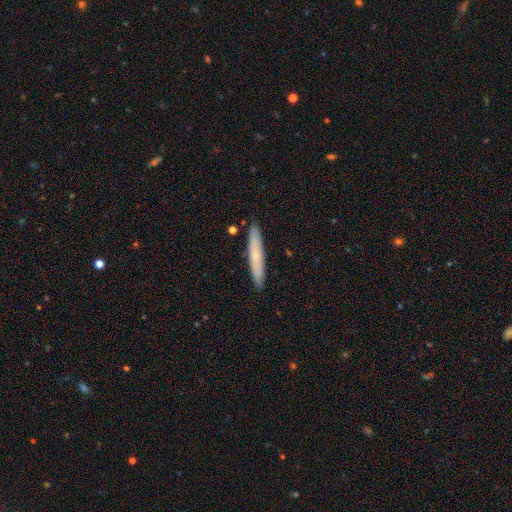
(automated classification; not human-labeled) This is possibly a smooth galaxy (57%). How rounded: clearly cigar-shaped (93%). Merging: clearly none (89%).